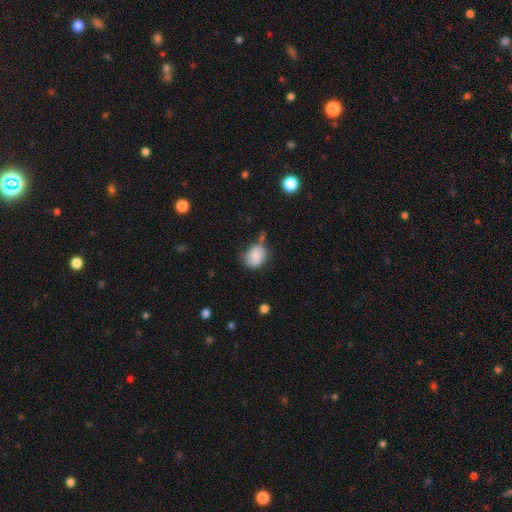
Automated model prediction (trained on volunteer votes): A smooth galaxy with no disk features (81%) that is round (55%). Merging: none (54%).